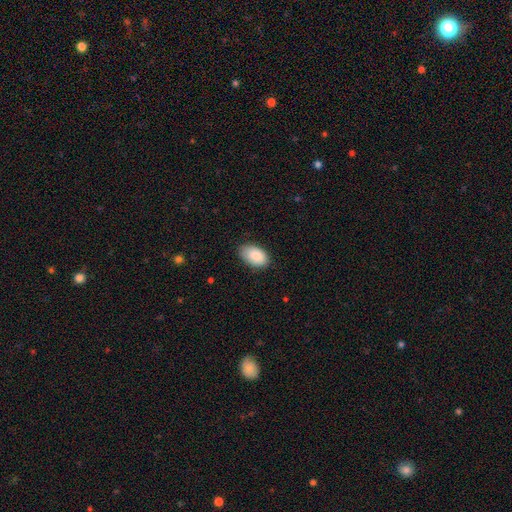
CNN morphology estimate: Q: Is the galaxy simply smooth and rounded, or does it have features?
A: smooth — 88%.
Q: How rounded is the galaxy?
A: in between — 93%.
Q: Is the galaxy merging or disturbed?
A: none — 81%.